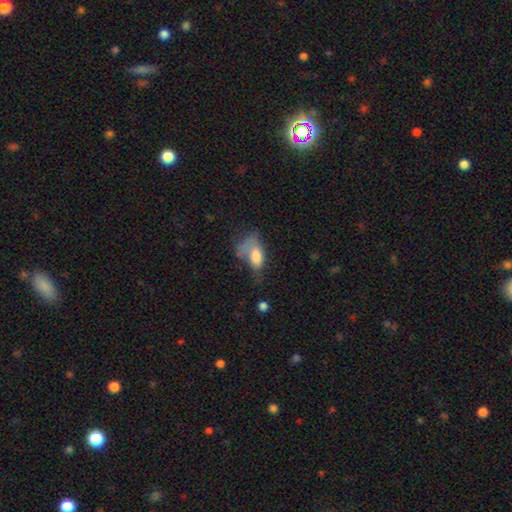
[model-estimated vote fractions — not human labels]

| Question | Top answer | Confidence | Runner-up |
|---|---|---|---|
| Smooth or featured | smooth | 71% | featured or disk (20%) |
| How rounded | in between | 88% | cigar-shaped (7%) |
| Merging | major disturbance | 42% | minor disturbance (26%) |